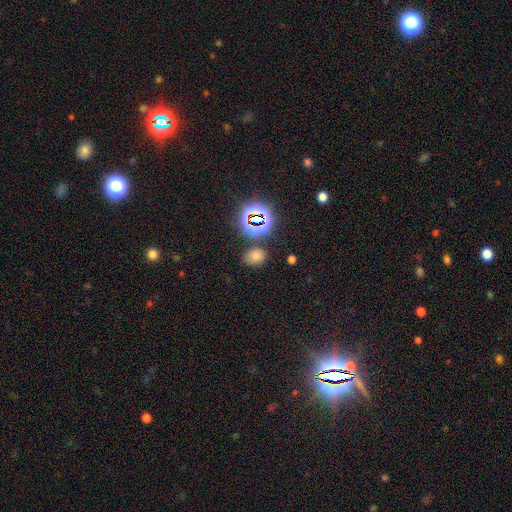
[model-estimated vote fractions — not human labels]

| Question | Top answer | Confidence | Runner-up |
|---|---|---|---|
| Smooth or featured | smooth | 65% | star or artifact (28%) |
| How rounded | in between | 64% | round (35%) |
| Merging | none | 79% | minor disturbance (12%) |